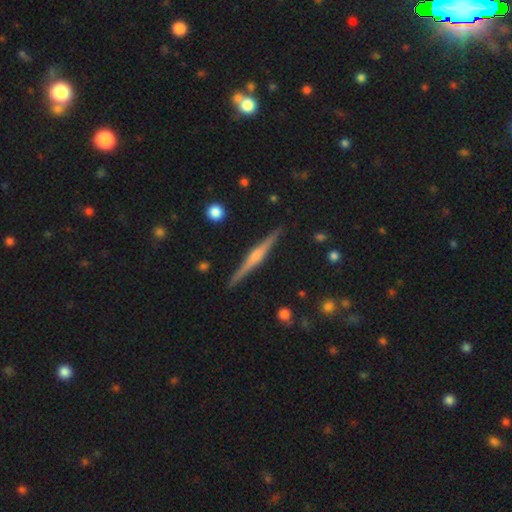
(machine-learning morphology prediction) smooth_or_featured: featured or disk (p=0.78) [alt: smooth p=0.16]
disk_edge_on: yes (p=0.98) [alt: no p=0.02]
edge_on_bulge: rounded (p=0.74) [alt: boxy p=0.15]
merging: none (p=0.91) [alt: minor disturbance p=0.06]